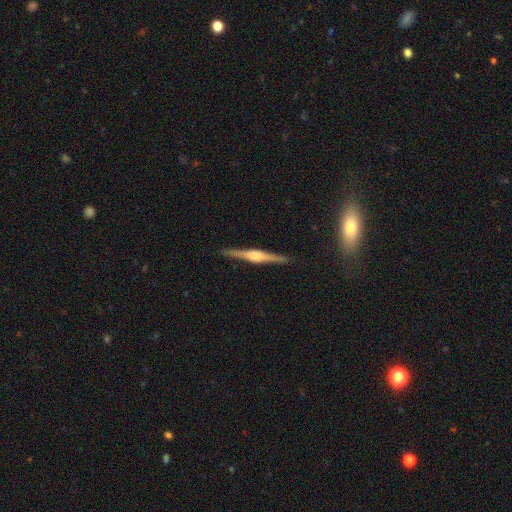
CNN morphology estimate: Smooth or featured? Predicted: featured or disk (p=0.81). Edge-on disk? Predicted: yes (p=0.98). Edge-on bulge? Predicted: rounded (p=0.72). Merging? Predicted: none (p=0.91).